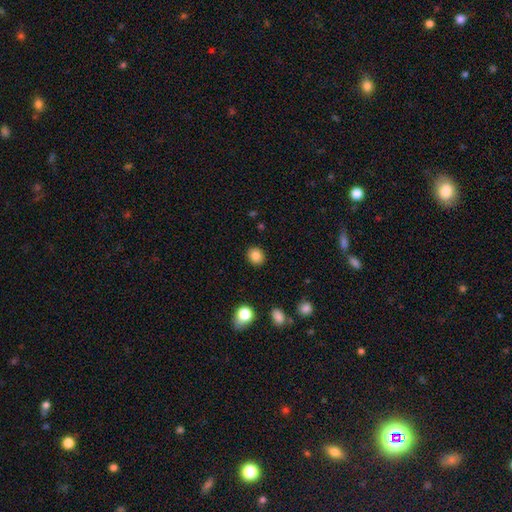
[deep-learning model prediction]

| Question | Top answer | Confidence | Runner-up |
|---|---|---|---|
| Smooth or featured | smooth | 84% | star or artifact (10%) |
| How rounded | round | 76% | in between (23%) |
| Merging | none | 90% | minor disturbance (6%) |